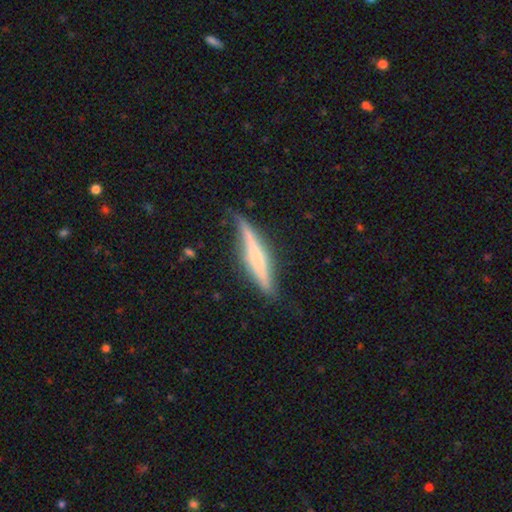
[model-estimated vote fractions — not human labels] A featured or disk galaxy (58%) viewed edge-on (95%) with no central bulge (40%). Merging: none (74%).